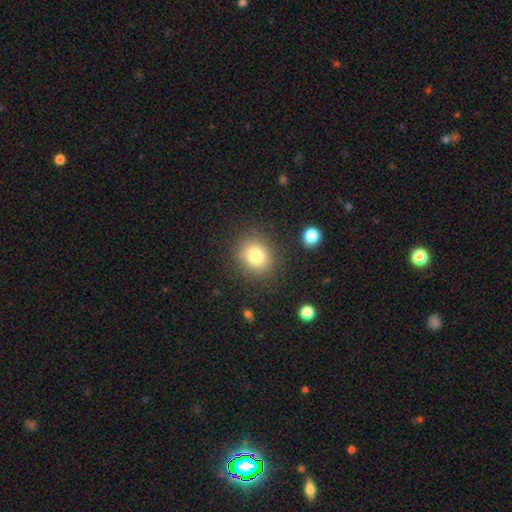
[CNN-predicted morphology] Smooth or featured? smooth (80%)
How rounded? round (79%)
Merging? none (84%)